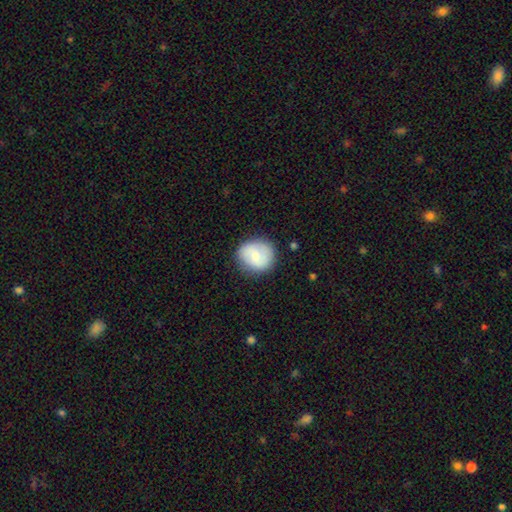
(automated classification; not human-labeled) This appears to be a smooth galaxy with no disk features (59%) that is round (82%). Merging: none (80%).